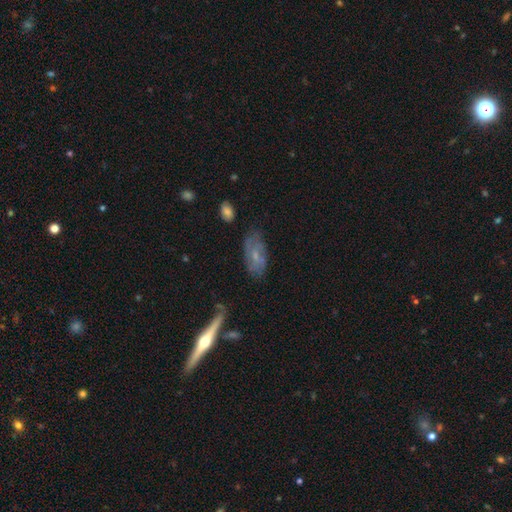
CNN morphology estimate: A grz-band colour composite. It shows a featured or disk galaxy (55%). Merging: none (64%).